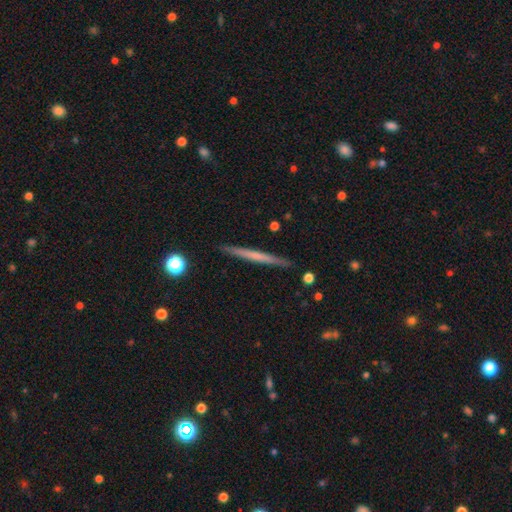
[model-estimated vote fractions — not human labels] Smooth or featured? smooth (47%, tied with featured or disk)
Merging? none (91%)